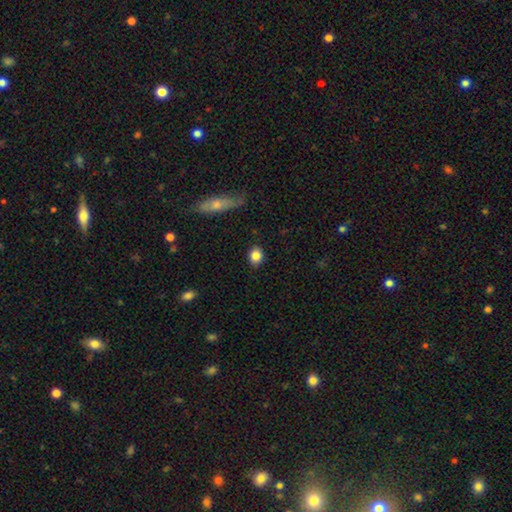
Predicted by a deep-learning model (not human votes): Q: Smooth or featured?
A: smooth (85%); runner-up: star or artifact (9%)
Q: How rounded?
A: round (53%); runner-up: in between (45%)
Q: Merging?
A: none (87%); runner-up: minor disturbance (10%)